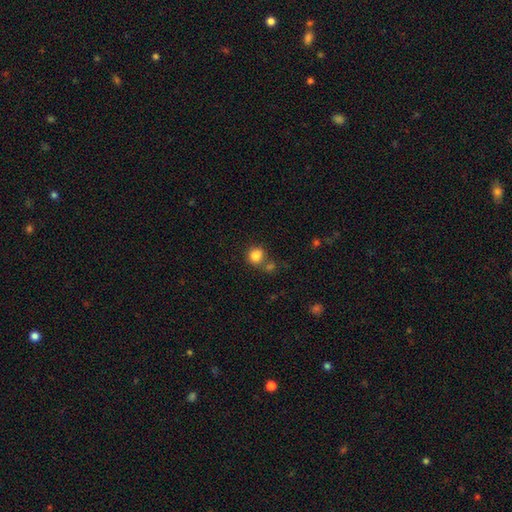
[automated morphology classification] A smooth galaxy with no disk features (84%) that is round (86%). Merging: none (65%).